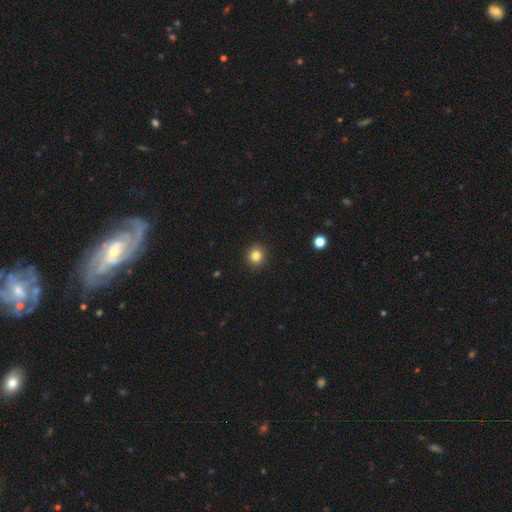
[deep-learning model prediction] This is clearly a smooth galaxy (83%). How rounded: clearly round (92%). Merging: clearly none (93%).